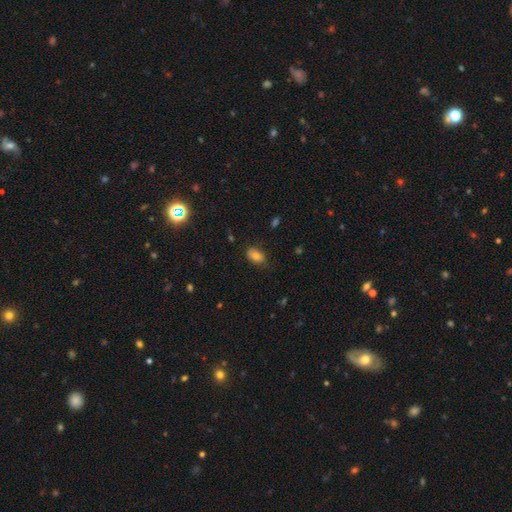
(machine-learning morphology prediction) smooth 76%, featured or disk 13%, star or artifact 11%. Down the decision tree: how rounded — in between (88%); merging — none (74%).